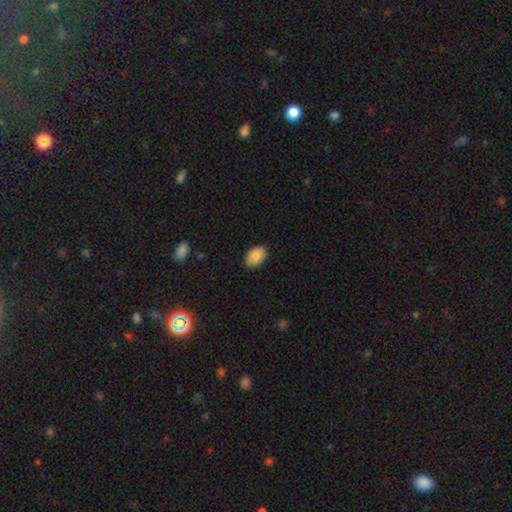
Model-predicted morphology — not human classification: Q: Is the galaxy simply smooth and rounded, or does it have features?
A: smooth — 87%.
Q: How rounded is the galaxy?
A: in between — 89%.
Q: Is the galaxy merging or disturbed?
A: none — 88%.